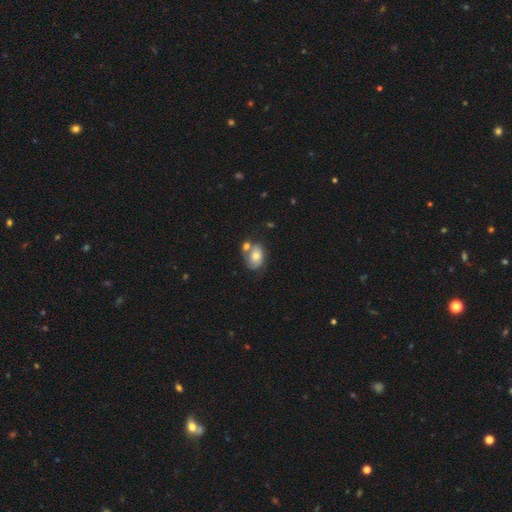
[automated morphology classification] A smooth galaxy with no disk features (59%) that is in between round and cigar-shaped (77%). Merging: none (38%).